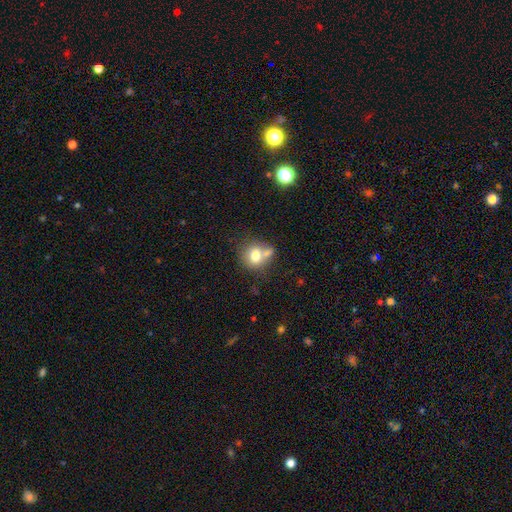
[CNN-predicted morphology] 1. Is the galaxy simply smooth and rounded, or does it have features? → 73% smooth, 17% featured or disk, 10% star or artifact.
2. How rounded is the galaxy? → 68% round, 31% in between, 1% cigar-shaped.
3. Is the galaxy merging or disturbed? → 44% none, 36% merger, 14% minor disturbance, 6% major disturbance.